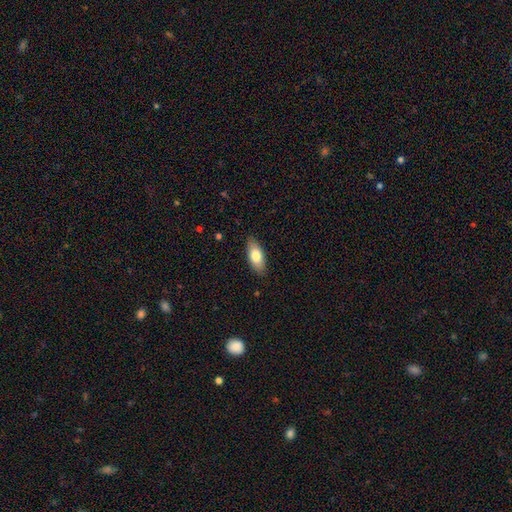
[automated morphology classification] A smooth galaxy with no disk features (78%) that is in between round and cigar-shaped (86%).

Vote fractions:
- Smooth or featured? smooth: 78% / featured or disk: 16% / star or artifact: 6%
- How rounded? in between: 86% / cigar-shaped: 12% / round: 2%
- Merging? none: 86% / minor disturbance: 11% / major disturbance: 2% / merger: 1%